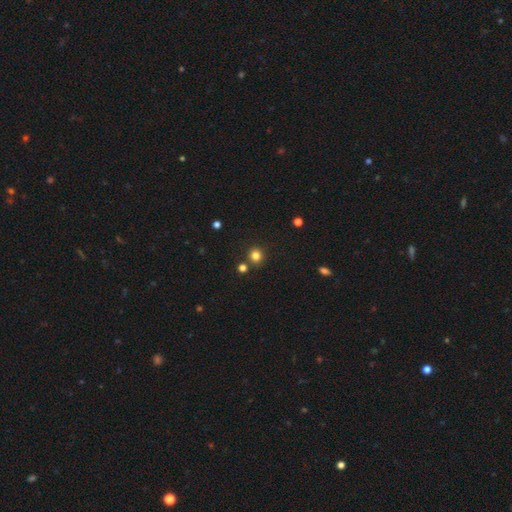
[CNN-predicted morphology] Smooth or featured? Predicted: smooth (p=0.81). How rounded? Predicted: round (p=0.91). Merging? Predicted: none (p=0.83).